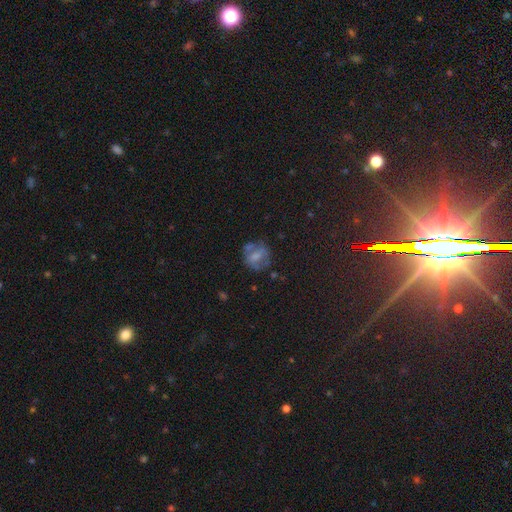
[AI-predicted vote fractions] Q: Smooth or featured?
A: smooth (48%); runner-up: featured or disk (40%)
Q: Merging?
A: none (53%); runner-up: minor disturbance (22%)